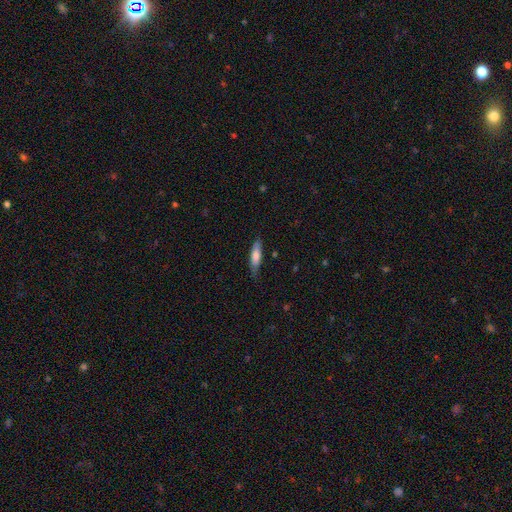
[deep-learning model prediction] smooth_or_featured: smooth (p=0.71) [alt: featured or disk p=0.23]
how_rounded: cigar-shaped (p=0.65) [alt: in between p=0.33]
merging: none (p=0.74) [alt: minor disturbance p=0.21]